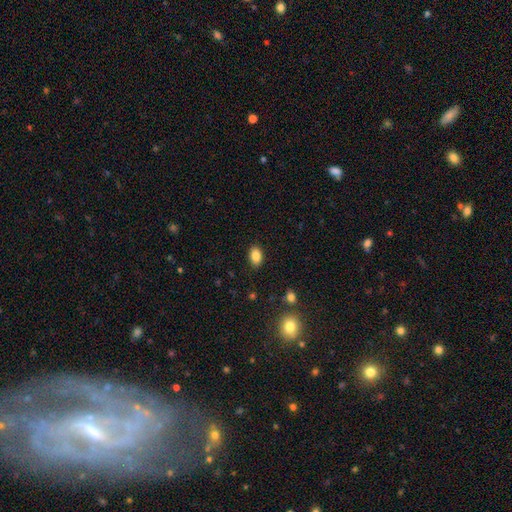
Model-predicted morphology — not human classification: smooth 85%, star or artifact 9%, featured or disk 6%. Down the decision tree: how rounded — in between (86%); merging — none (87%).